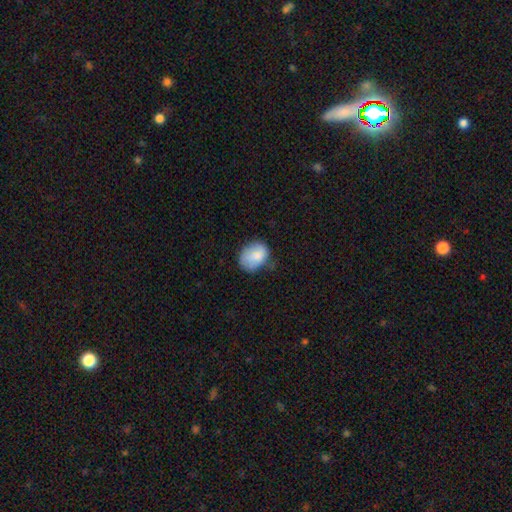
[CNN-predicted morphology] smooth-or-featured: smooth: 79% | featured or disk: 14% | star or artifact: 7%
  how-rounded: in between: 60% | round: 39% | cigar-shaped: 1%
  merging: none: 53% | minor disturbance: 35% | major disturbance: 10% | merger: 2%